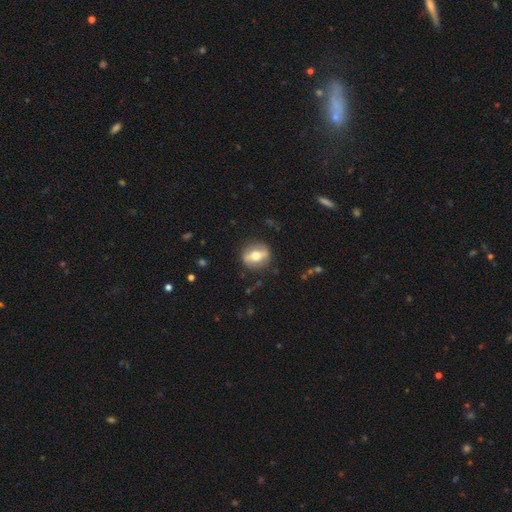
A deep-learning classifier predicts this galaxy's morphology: Smooth or featured? Predicted: featured or disk (p=0.52). Edge-on disk? Predicted: no (p=0.71). Merging? Predicted: none (p=0.84).